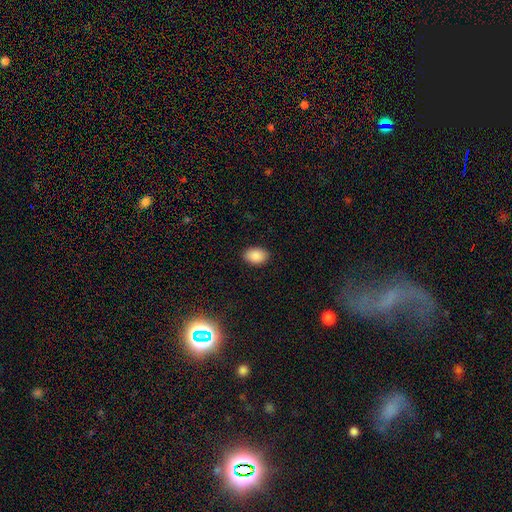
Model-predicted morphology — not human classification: This appears to be a smooth galaxy with no disk features (88%) that is in between round and cigar-shaped (88%). Merging: none (89%).